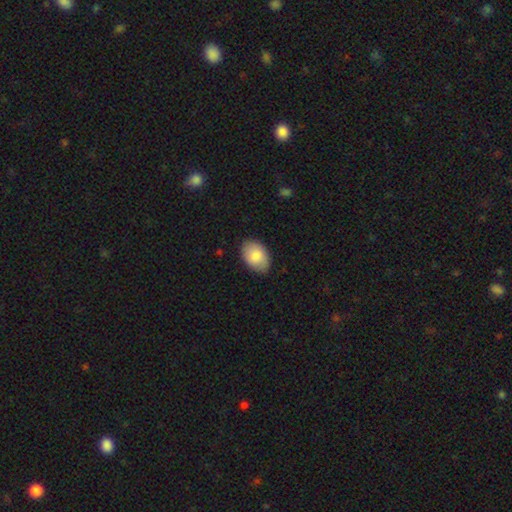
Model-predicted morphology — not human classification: Smooth or featured: smooth — 85% (featured or disk — 10%)
How rounded: in between — 87% (round — 12%)
Merging: none — 85% (minor disturbance — 12%)